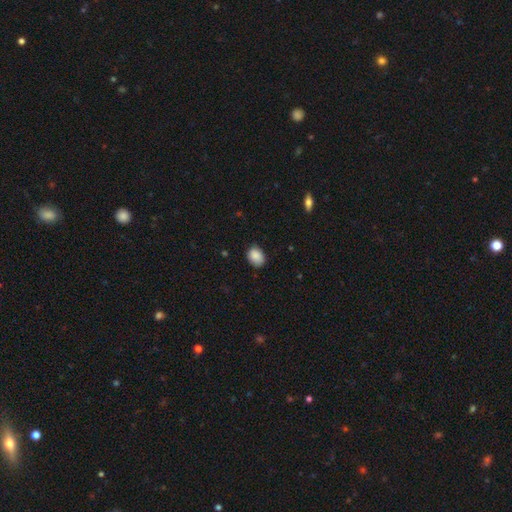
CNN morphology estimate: The model was most divided on "how rounded": in between: 67%, round: 32%, cigar-shaped: 1%. More confident: smooth or featured — smooth (88%); merging — none (77%).